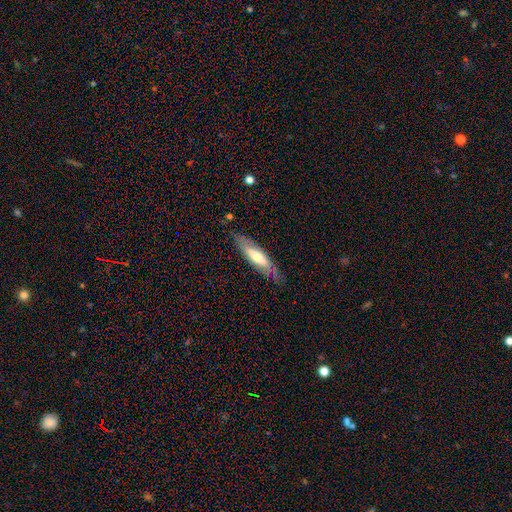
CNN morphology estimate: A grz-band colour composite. It shows a smooth galaxy with no disk features (47%, tied with featured or disk). Merging: none (80%).